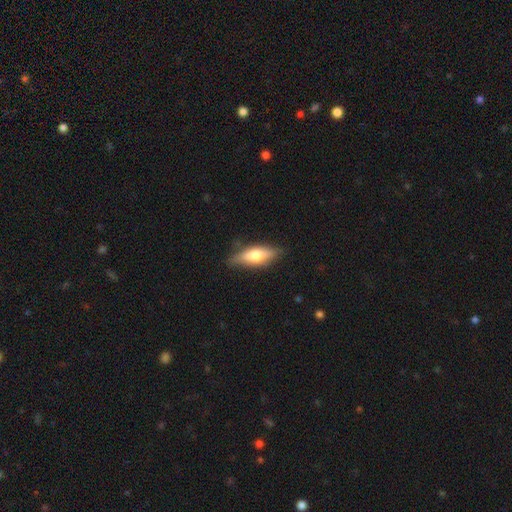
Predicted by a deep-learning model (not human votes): A smooth galaxy with no disk features (54%) that is in between round and cigar-shaped (57%). Merging: none (79%).